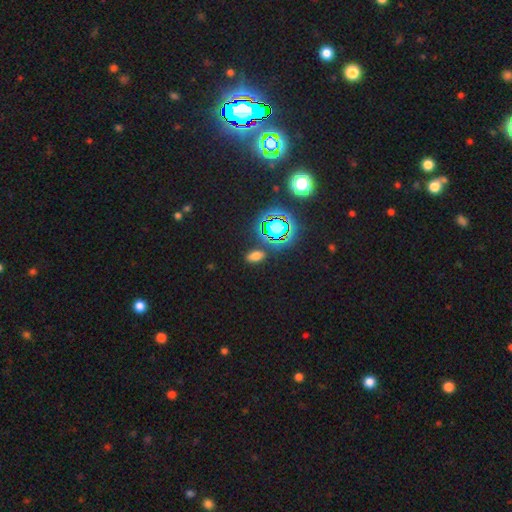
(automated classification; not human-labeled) This is likely a smooth galaxy (61%). How rounded: clearly in between (85%). Merging: clearly none (85%).